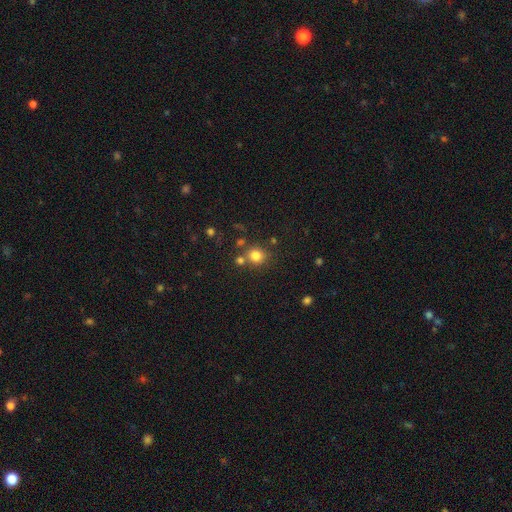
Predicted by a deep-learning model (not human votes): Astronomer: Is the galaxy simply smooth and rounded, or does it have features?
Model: smooth — 79%.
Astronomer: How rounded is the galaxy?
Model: round — 86%.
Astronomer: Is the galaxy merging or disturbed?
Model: none — 69%.